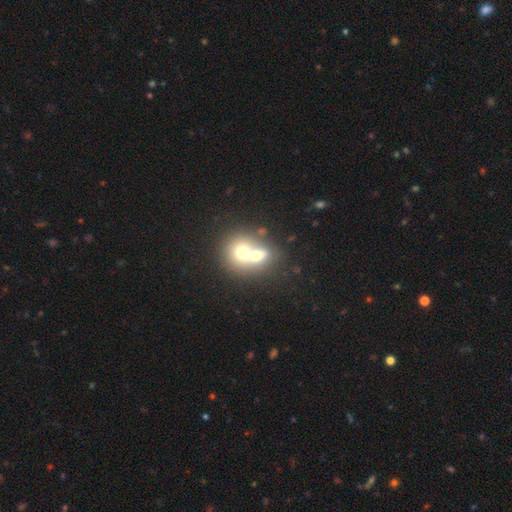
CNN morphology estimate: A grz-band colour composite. It shows a smooth galaxy with no disk features (65%) that is round (67%). Merging: merger (72%).